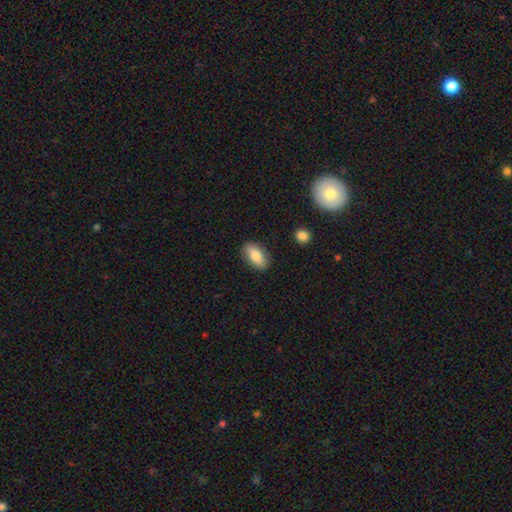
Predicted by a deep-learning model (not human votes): The model was most divided on "smooth or featured": smooth: 78%, featured or disk: 15%, star or artifact: 7%. More confident: how rounded — in between (89%); merging — none (85%).